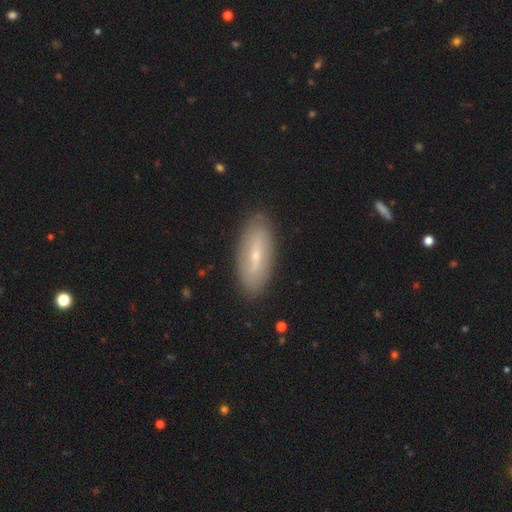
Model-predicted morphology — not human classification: smooth-or-featured: featured or disk: 52% | smooth: 42% | star or artifact: 6%
  disk-edge-on: no: 74% | yes: 26%
  merging: none: 87% | minor disturbance: 9% | major disturbance: 2% | merger: 1%